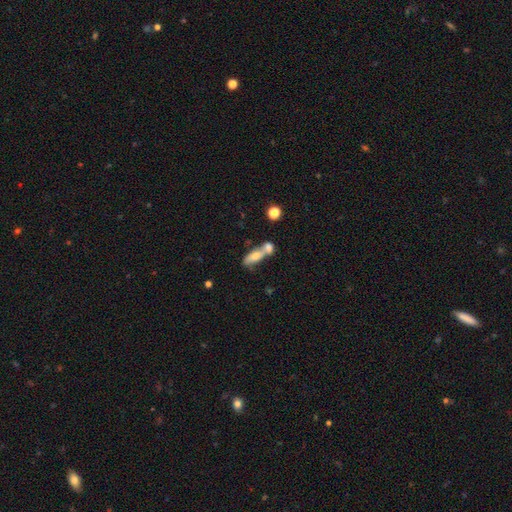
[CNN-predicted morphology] Smooth or featured? smooth (67%)
How rounded? in between (61%)
Merging? merger (54%)